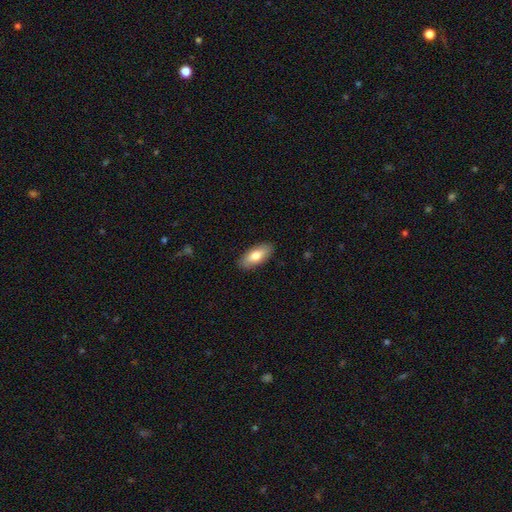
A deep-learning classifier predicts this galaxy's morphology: smooth 77%, featured or disk 18%, star or artifact 6%. Down the decision tree: how rounded — in between (87%); merging — none (89%).